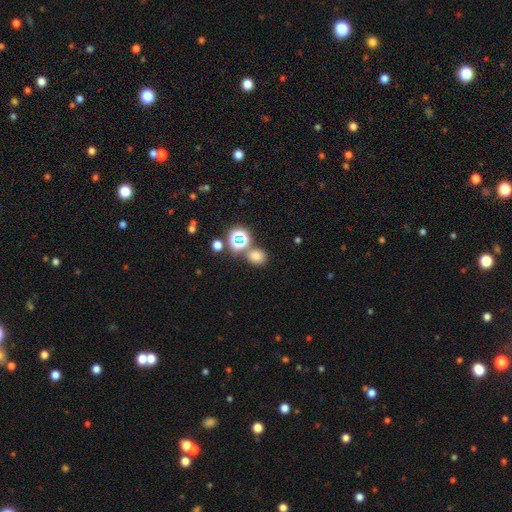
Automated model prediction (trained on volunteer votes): Smooth or featured? smooth (71%)
How rounded? round (68%)
Merging? none (73%)